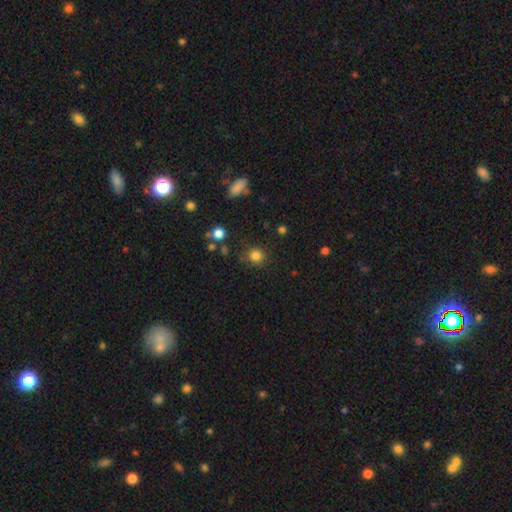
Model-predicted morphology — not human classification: The model was most divided on "smooth or featured": smooth: 82%, star or artifact: 13%, featured or disk: 4%. More confident: how rounded — round (90%); merging — none (84%).